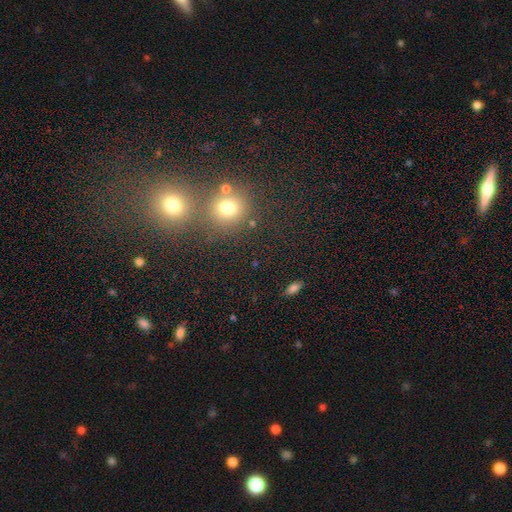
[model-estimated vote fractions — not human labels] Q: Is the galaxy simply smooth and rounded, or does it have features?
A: smooth — 51%.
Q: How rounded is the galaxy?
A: round — 83%.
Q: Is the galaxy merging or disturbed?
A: none — 49%.